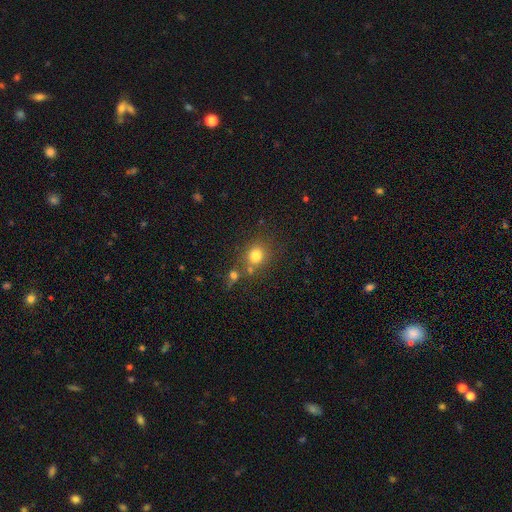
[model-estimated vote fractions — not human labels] Overall: smooth (78%). How rounded: round (78%). Merging: none (64%).